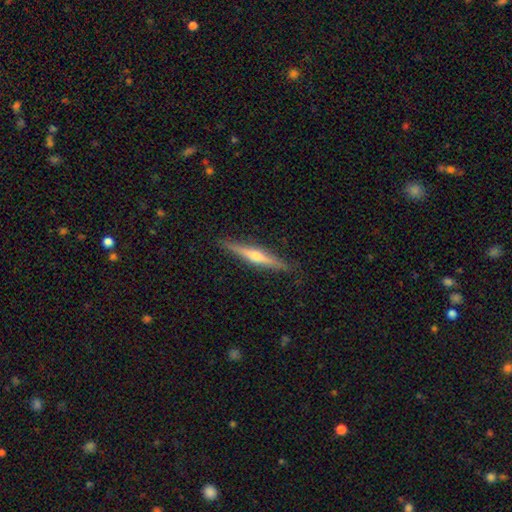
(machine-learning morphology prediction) smooth-or-featured: featured or disk: 70% | smooth: 24% | star or artifact: 6%
  disk-edge-on: yes: 98% | no: 2%
    edge-on-bulge: rounded: 89% | none: 7% | boxy: 4%
  merging: none: 90% | minor disturbance: 8% | major disturbance: 2% | merger: 1%